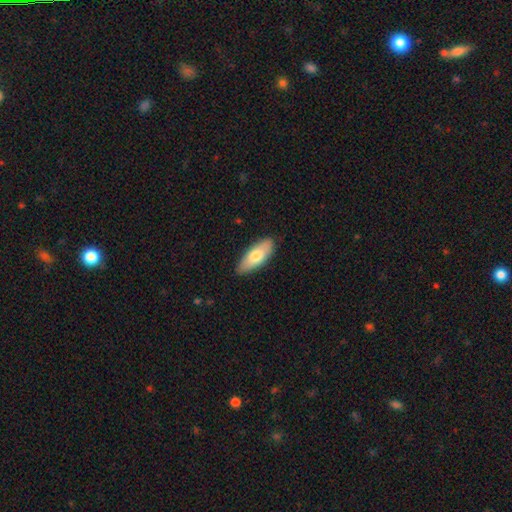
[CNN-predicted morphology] smooth-or-featured: smooth: 73% | featured or disk: 21% | star or artifact: 5%
  how-rounded: in between: 77% | cigar-shaped: 21% | round: 2%
  merging: none: 85% | minor disturbance: 12% | major disturbance: 2% | merger: 1%